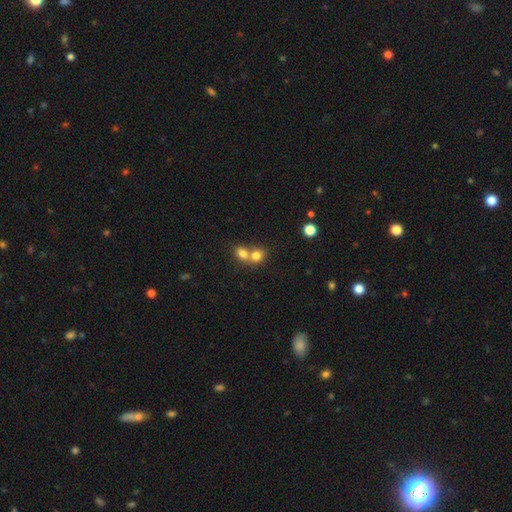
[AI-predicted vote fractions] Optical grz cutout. It shows a smooth galaxy with no disk features (77%) that is round (66%). Merging: merger (64%).